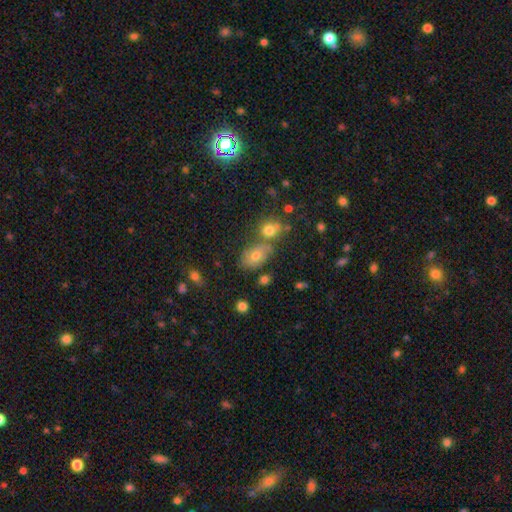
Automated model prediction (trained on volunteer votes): A smooth galaxy with no disk features (57%) that is in between round and cigar-shaped (79%).

Vote fractions:
- Smooth or featured? smooth: 57% / featured or disk: 23% / star or artifact: 20%
- How rounded? in between: 79% / round: 18% / cigar-shaped: 2%
- Merging? none: 56% / merger: 24% / minor disturbance: 15% / major disturbance: 6%